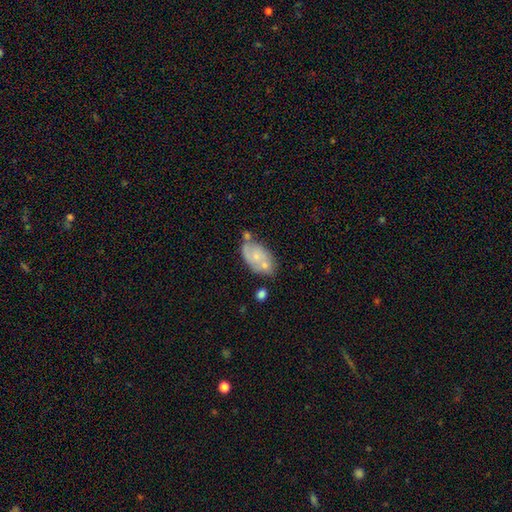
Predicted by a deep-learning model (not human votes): A smooth galaxy with no disk features (51%) that is in between round and cigar-shaped (91%).

Vote fractions:
- Smooth or featured? smooth: 51% / featured or disk: 42% / star or artifact: 7%
- How rounded? in between: 91% / round: 7% / cigar-shaped: 2%
- Merging? none: 39% / merger: 27% / minor disturbance: 24% / major disturbance: 10%